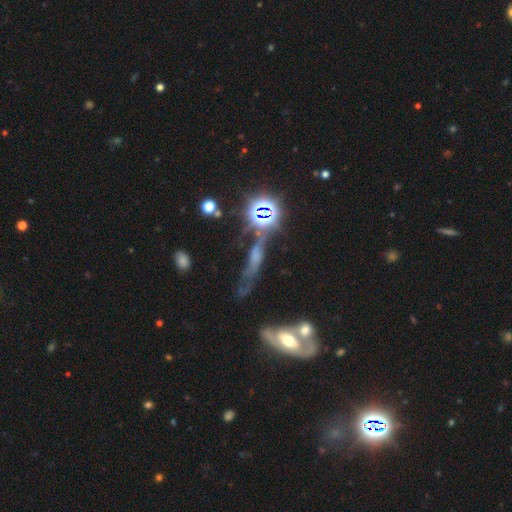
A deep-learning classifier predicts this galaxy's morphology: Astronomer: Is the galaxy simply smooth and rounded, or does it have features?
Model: featured or disk — 37% (runner-up: star or artifact, 34%).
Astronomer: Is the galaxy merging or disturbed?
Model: none — 41% (runner-up: major disturbance, 20%).